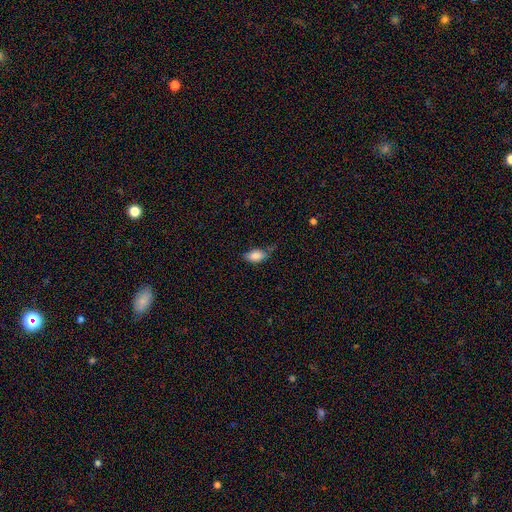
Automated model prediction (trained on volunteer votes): Smooth or featured: smooth — 84% (star or artifact — 8%)
How rounded: in between — 91% (round — 5%)
Merging: none — 54% (minor disturbance — 34%)